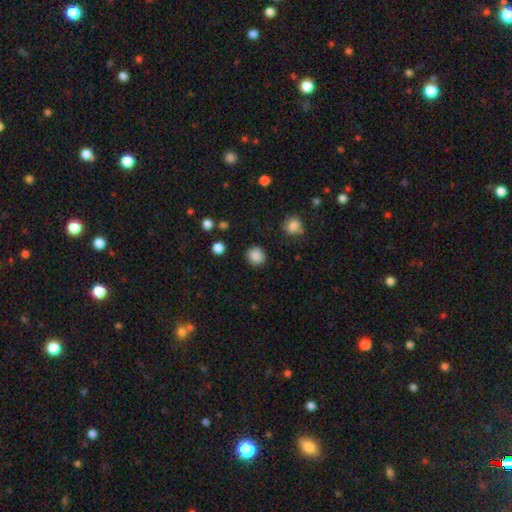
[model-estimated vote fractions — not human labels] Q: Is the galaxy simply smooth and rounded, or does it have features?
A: smooth — 87%.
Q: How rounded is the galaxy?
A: round — 82%.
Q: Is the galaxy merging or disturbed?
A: none — 87%.